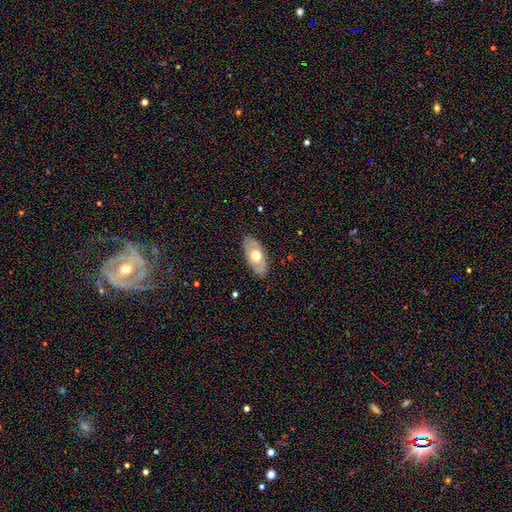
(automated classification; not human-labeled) A smooth galaxy with no disk features (48%). Merging: none (85%).